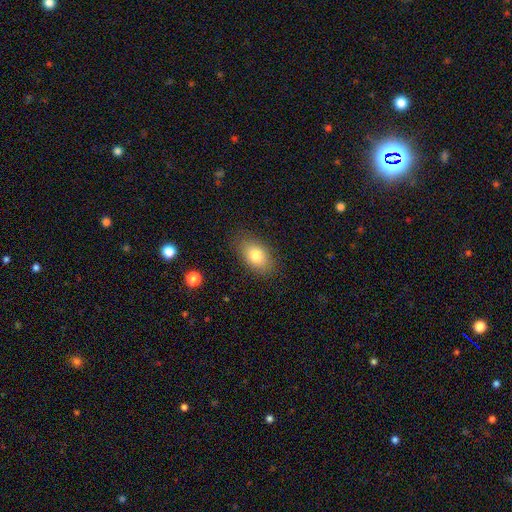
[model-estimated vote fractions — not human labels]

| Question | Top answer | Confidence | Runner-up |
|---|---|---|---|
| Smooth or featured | smooth | 78% | featured or disk (13%) |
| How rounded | in between | 88% | round (10%) |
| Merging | none | 84% | minor disturbance (12%) |